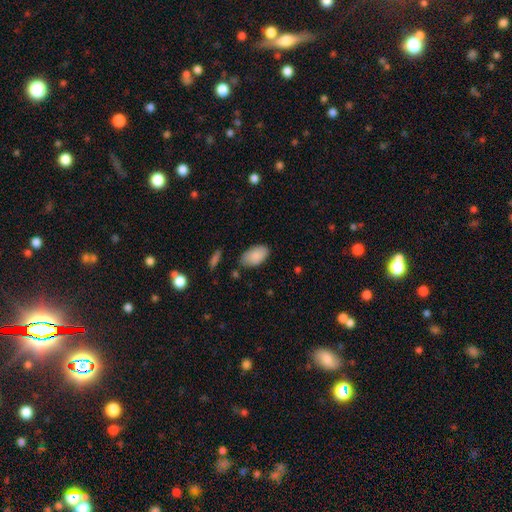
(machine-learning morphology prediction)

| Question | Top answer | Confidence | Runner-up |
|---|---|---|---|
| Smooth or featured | smooth | 88% | star or artifact (6%) |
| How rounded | in between | 95% | round (3%) |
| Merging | none | 79% | minor disturbance (15%) |